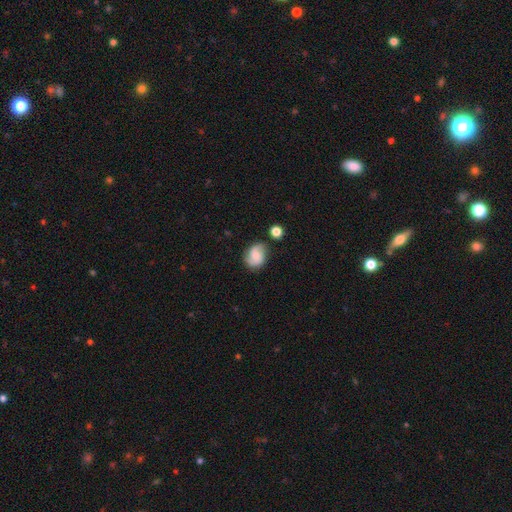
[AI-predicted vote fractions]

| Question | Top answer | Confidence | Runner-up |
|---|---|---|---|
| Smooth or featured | featured or disk | 48% | smooth (43%) |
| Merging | none | 70% | minor disturbance (19%) |